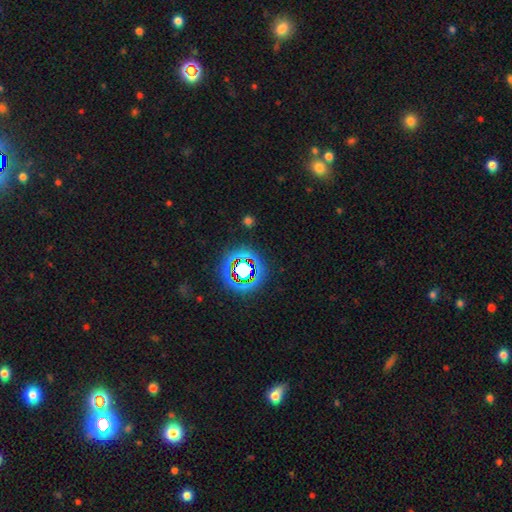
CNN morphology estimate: Smooth or featured? star or artifact (67%)